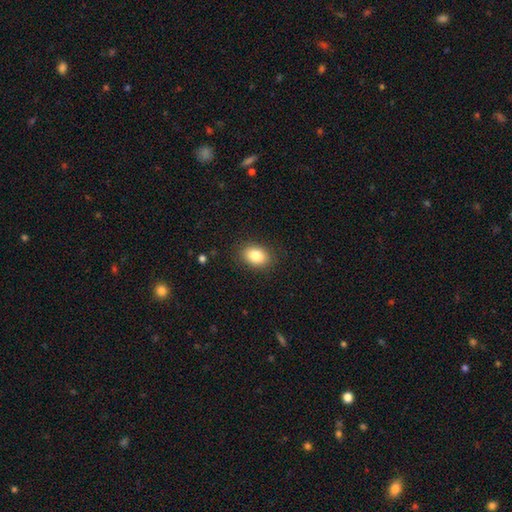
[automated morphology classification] A smooth galaxy with no disk features (84%) that is in between round and cigar-shaped (75%).

Vote fractions:
- Smooth or featured? smooth: 84% / star or artifact: 9% / featured or disk: 7%
- How rounded? in between: 75% / round: 24% / cigar-shaped: 1%
- Merging? none: 88% / minor disturbance: 9% / major disturbance: 3% / merger: 1%